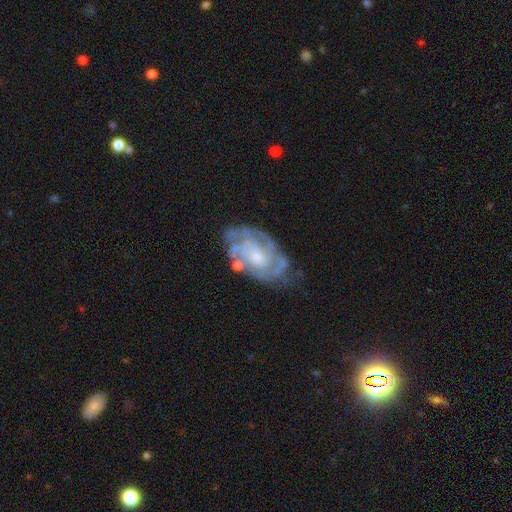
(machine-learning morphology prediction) Q: Smooth or featured?
A: featured or disk (83%); runner-up: smooth (11%)
Q: Edge-on disk?
A: no (96%); runner-up: yes (4%)
Q: Bar?
A: no (70%); runner-up: weak (25%)
Q: Spiral arms?
A: yes (89%); runner-up: no (11%)
Q: Spiral winding?
A: tight (64%); runner-up: medium (29%)
Q: Spiral arm count?
A: can't tell (39%); runner-up: 2 (25%)
Q: Bulge size?
A: small (53%); runner-up: moderate (36%)
Q: Merging?
A: none (63%); runner-up: minor disturbance (23%)